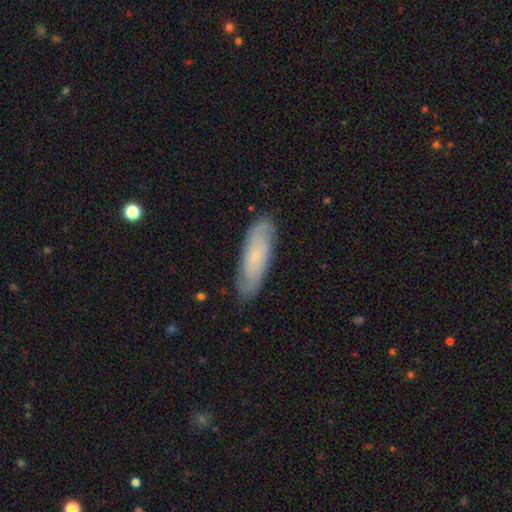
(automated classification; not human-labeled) A featured or disk galaxy (50%).

Vote fractions:
- Smooth or featured? featured or disk: 50% / smooth: 43% / star or artifact: 7%
- Edge-on disk? no: 78% / yes: 22%
- Merging? none: 81% / minor disturbance: 15% / major disturbance: 3% / merger: 1%